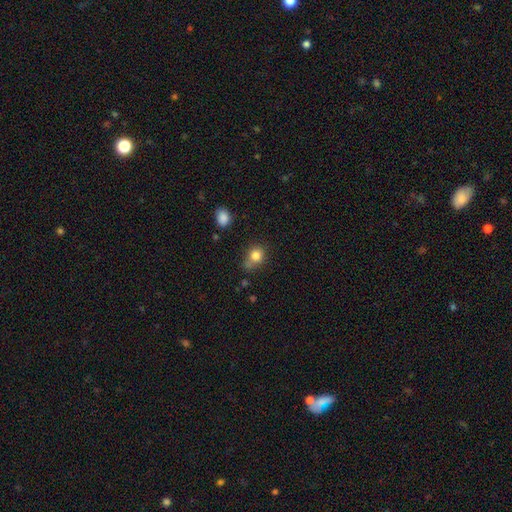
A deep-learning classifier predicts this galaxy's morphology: smooth-or-featured: smooth: 82% | star or artifact: 11% | featured or disk: 7%
  how-rounded: round: 76% | in between: 23% | cigar-shaped: 1%
  merging: none: 59% | minor disturbance: 23% | merger: 11% | major disturbance: 7%